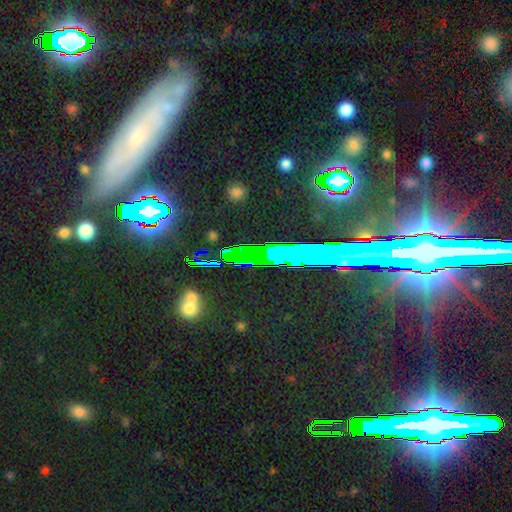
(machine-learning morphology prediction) smooth_or_featured: star or artifact (p=0.72) [alt: featured or disk p=0.15]